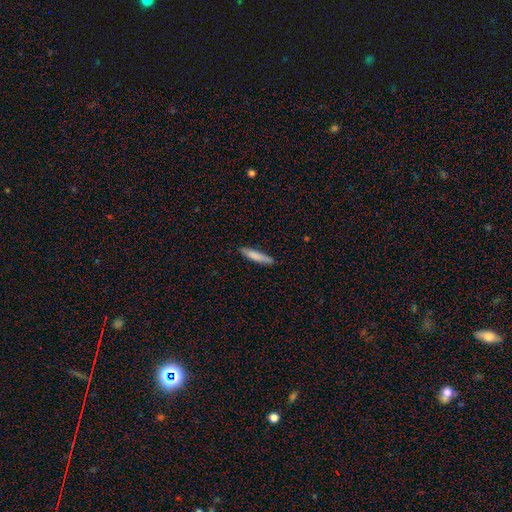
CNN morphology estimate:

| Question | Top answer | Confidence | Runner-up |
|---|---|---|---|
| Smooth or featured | smooth | 81% | featured or disk (14%) |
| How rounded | cigar-shaped | 87% | in between (11%) |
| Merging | none | 83% | minor disturbance (13%) |